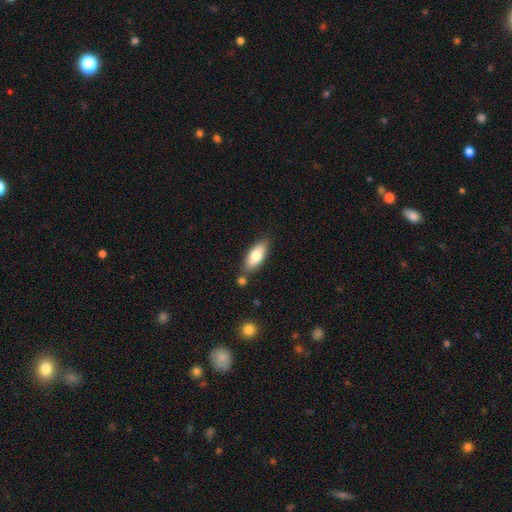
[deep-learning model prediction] smooth_or_featured: smooth (p=0.77) [alt: featured or disk p=0.17]
how_rounded: in between (p=0.79) [alt: cigar-shaped p=0.19]
merging: none (p=0.72) [alt: minor disturbance p=0.14]